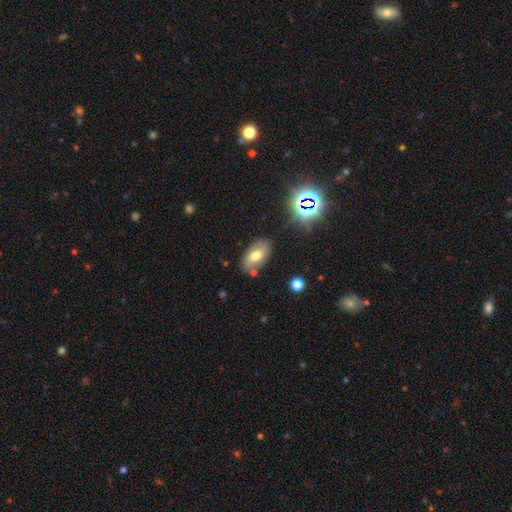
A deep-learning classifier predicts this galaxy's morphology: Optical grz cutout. It shows a smooth galaxy with no disk features (61%) that is in between round and cigar-shaped (91%). Merging: none (74%).